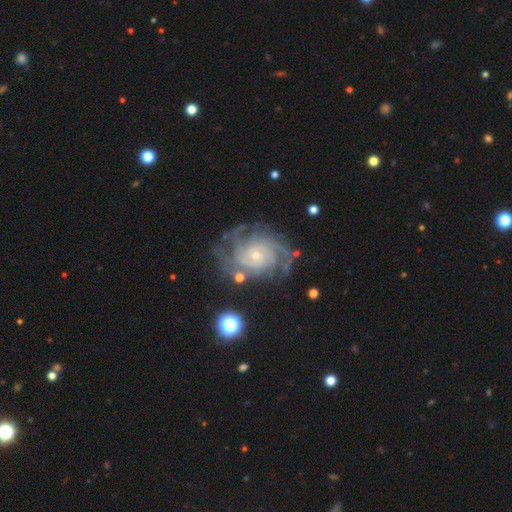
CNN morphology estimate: Q: Smooth or featured?
A: featured or disk (88%); runner-up: star or artifact (7%)
Q: Edge-on disk?
A: no (98%); runner-up: yes (2%)
Q: Bar?
A: no (73%); runner-up: weak (21%)
Q: Spiral arms?
A: yes (97%); runner-up: no (3%)
Q: Spiral winding?
A: tight (61%); runner-up: medium (32%)
Q: Spiral arm count?
A: can't tell (25%); runner-up: 2 (22%)
Q: Bulge size?
A: small (78%); runner-up: moderate (18%)
Q: Merging?
A: none (69%); runner-up: minor disturbance (17%)